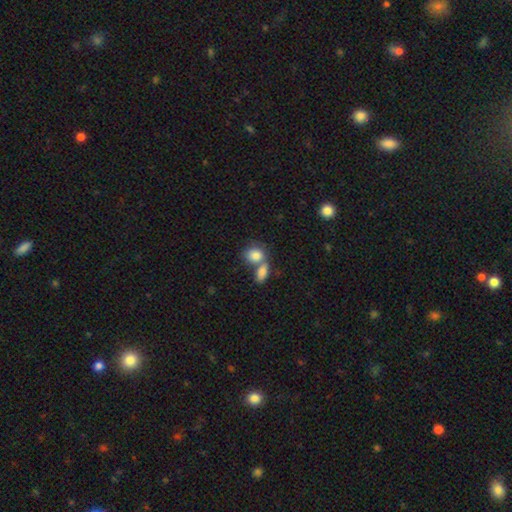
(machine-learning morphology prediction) This is clearly a smooth galaxy (84%). How rounded: likely in between (61%). Merging: possibly merger (55%).